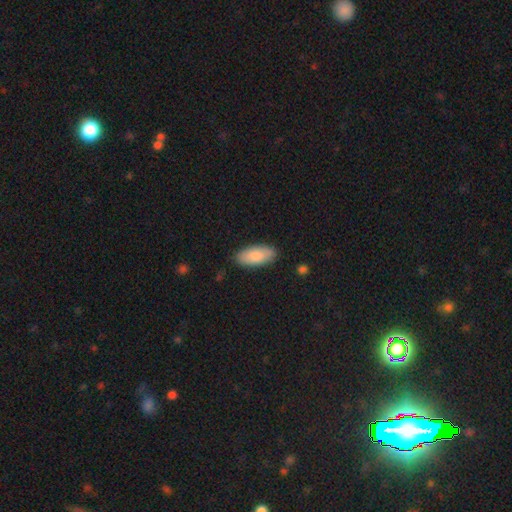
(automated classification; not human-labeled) smooth 85%, featured or disk 9%, star or artifact 6%. Down the decision tree: how rounded — in between (88%); merging — none (85%).